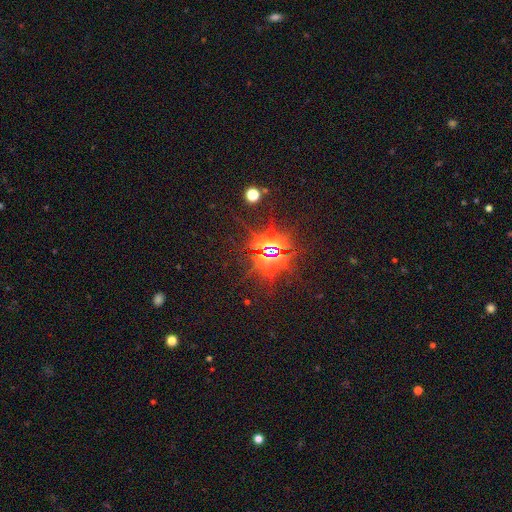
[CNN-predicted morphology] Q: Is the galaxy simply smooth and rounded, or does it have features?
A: star or artifact — 83%.